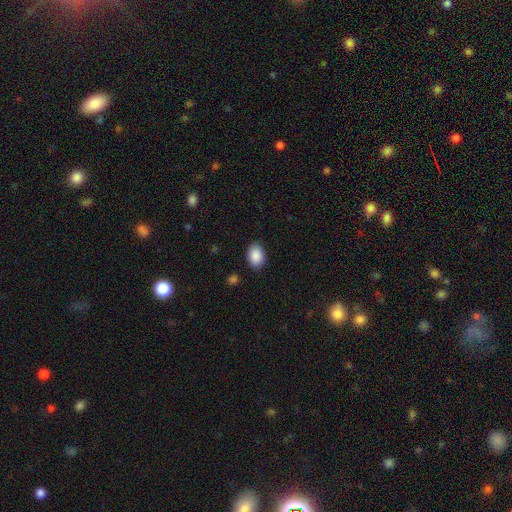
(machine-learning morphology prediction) Overall: smooth (89%). How rounded: in between (78%). Merging: none (87%).